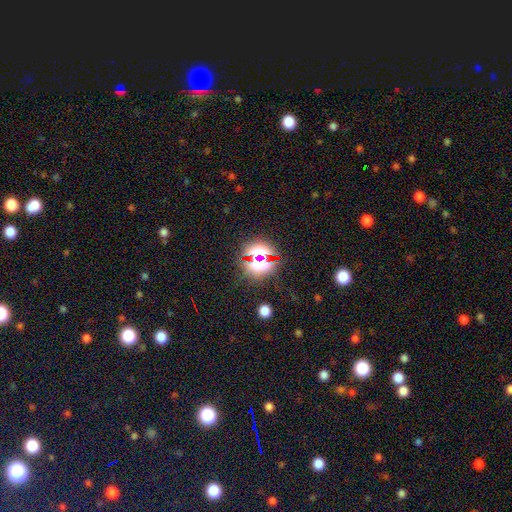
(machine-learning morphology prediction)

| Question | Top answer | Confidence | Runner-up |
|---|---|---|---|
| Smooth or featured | star or artifact | 69% | smooth (21%) |